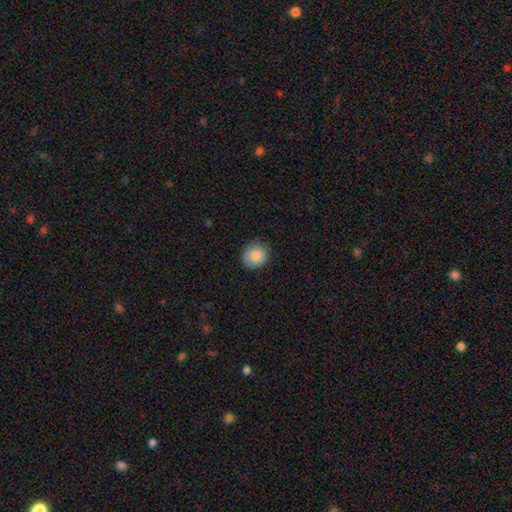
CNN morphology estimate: The model was most divided on "how rounded": round: 81%, in between: 18%, cigar-shaped: 1%. More confident: smooth or featured — smooth (87%); merging — none (86%).